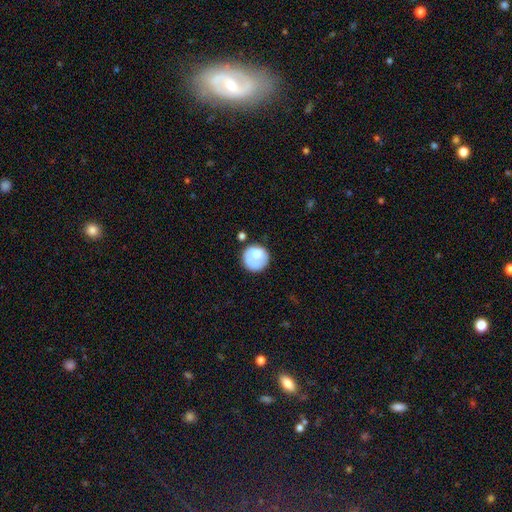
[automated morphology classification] A smooth galaxy with no disk features (68%) that is round (89%). Merging: none (62%).